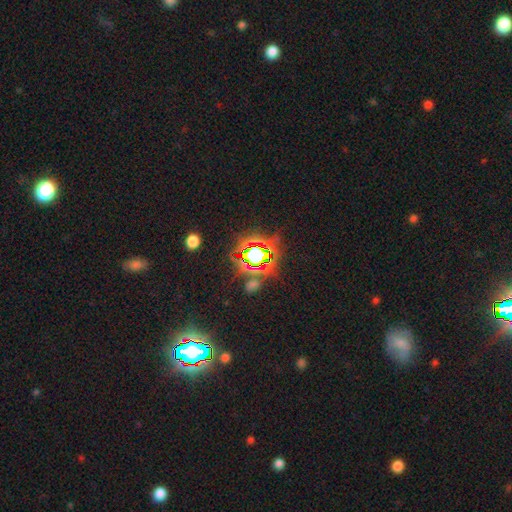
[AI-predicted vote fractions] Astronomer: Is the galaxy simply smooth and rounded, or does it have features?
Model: star or artifact — 72%.